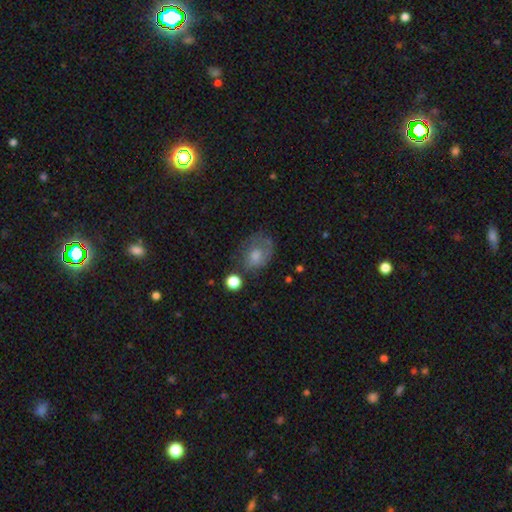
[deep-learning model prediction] Smooth or featured? smooth (51%)
How rounded? in between (54%)
Merging? none (54%)